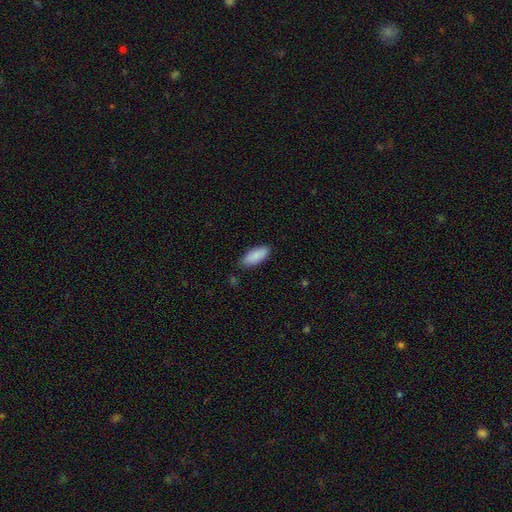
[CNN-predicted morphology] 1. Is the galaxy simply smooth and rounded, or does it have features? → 88% smooth, 6% featured or disk, 6% star or artifact.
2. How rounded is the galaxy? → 81% in between, 18% cigar-shaped, 2% round.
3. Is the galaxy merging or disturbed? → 84% none, 12% minor disturbance, 2% major disturbance, 2% merger.